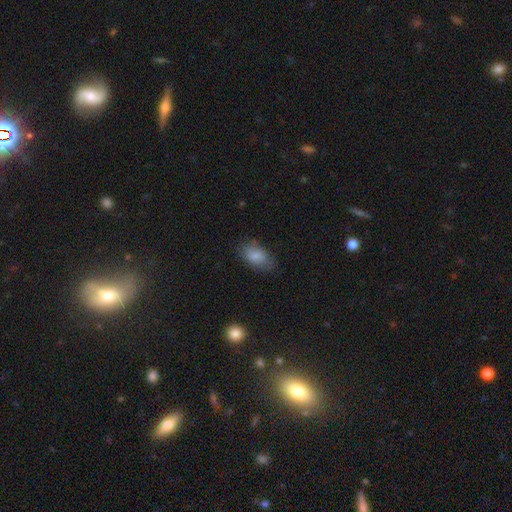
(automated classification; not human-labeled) This appears to be a smooth galaxy with no disk features (85%) that is in between round and cigar-shaped (91%). Merging: none (71%).